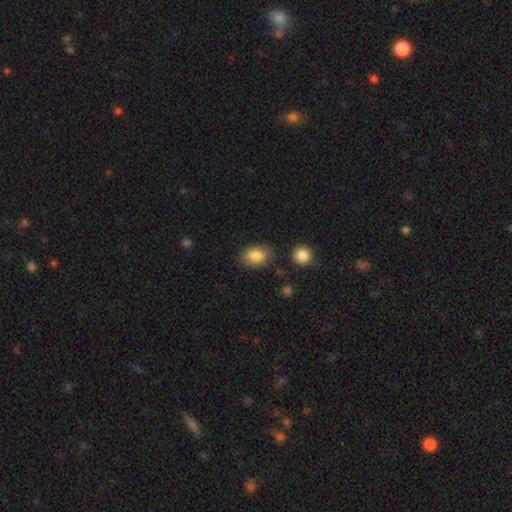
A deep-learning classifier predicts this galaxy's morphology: smooth_or_featured: smooth (p=0.85) [alt: featured or disk p=0.08]
how_rounded: in between (p=0.82) [alt: round p=0.17]
merging: none (p=0.79) [alt: minor disturbance p=0.14]